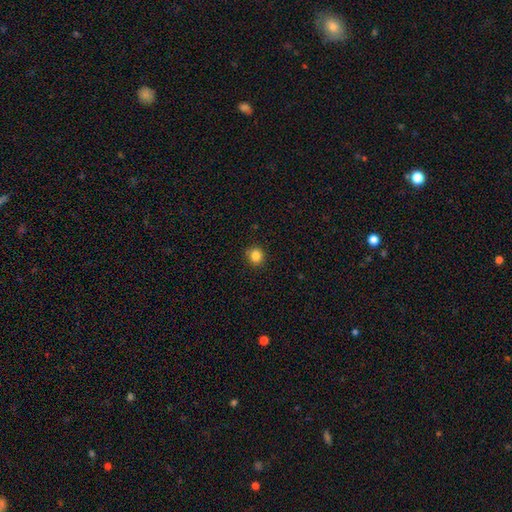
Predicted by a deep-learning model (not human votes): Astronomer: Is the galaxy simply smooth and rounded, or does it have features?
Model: smooth — 84%.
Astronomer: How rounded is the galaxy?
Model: round — 84%.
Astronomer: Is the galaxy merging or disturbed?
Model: none — 88%.